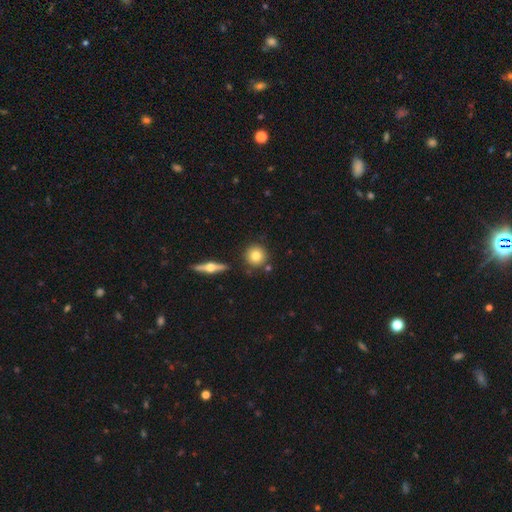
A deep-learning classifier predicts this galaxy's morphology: This is likely a smooth galaxy (76%). How rounded: clearly round (92%). Merging: clearly none (83%).